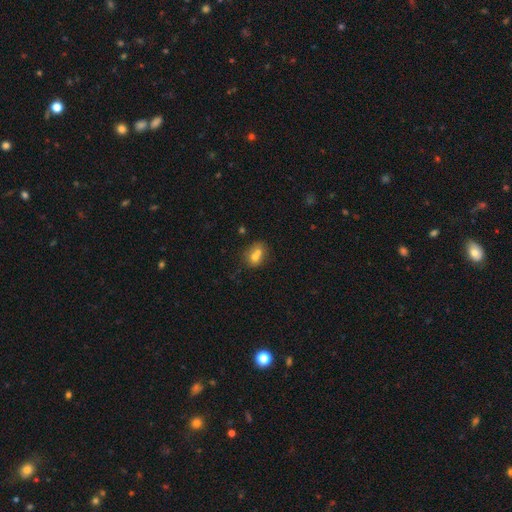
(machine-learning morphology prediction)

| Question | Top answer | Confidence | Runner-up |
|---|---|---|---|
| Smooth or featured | smooth | 67% | featured or disk (21%) |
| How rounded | round | 56% | in between (43%) |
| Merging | merger | 57% | none (31%) |